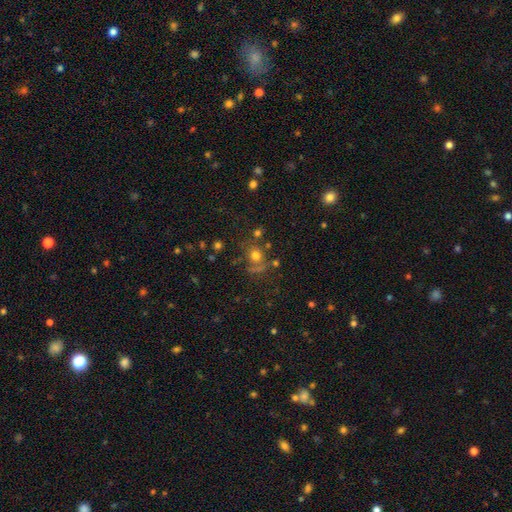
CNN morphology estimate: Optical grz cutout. It shows a smooth galaxy with no disk features (67%) that is round (83%). Merging: none (63%).